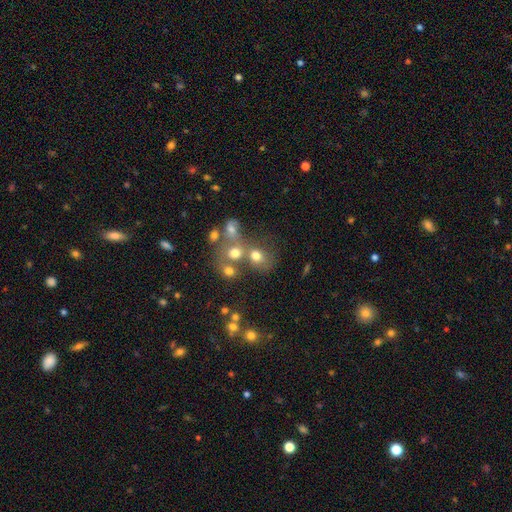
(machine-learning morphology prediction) smooth 68%, star or artifact 16%, featured or disk 15%. Down the decision tree: how rounded — round (67%); merging — merger (42%).